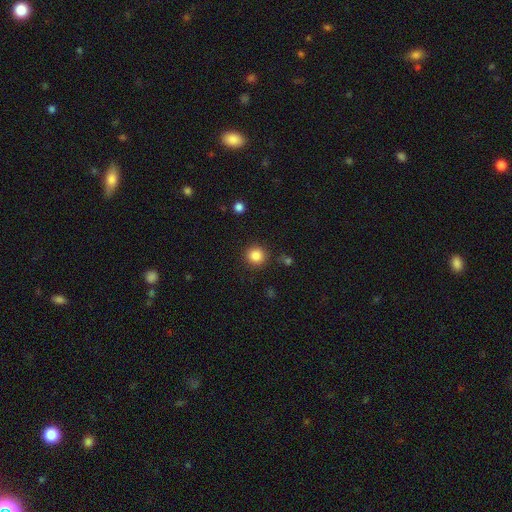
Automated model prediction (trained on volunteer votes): A smooth galaxy with no disk features (85%) that is round (93%). Merging: none (89%).